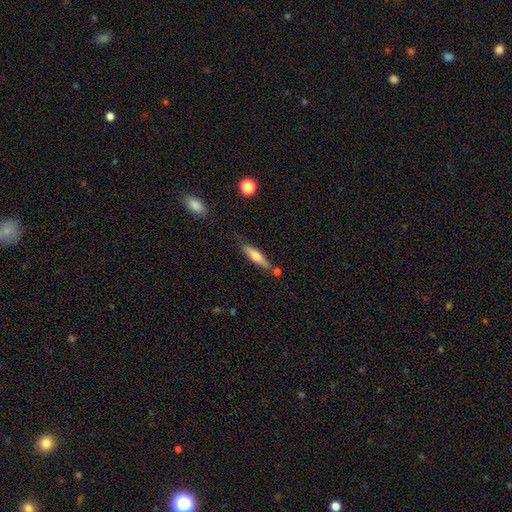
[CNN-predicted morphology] type=smooth (62%); roundness=cigar-shaped (77%); merging=none (70%).